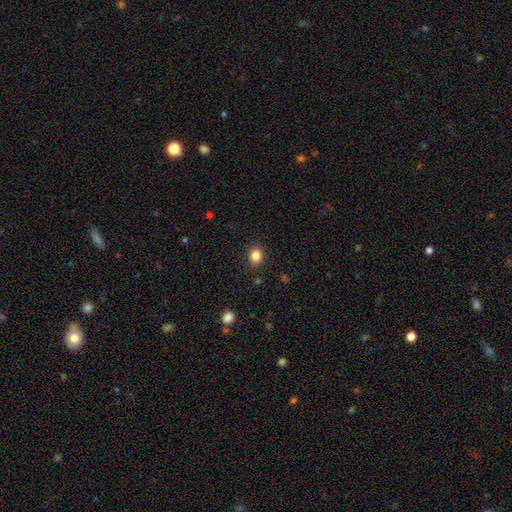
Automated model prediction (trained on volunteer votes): Q: Smooth or featured?
A: smooth (85%); runner-up: star or artifact (11%)
Q: How rounded?
A: round (61%); runner-up: in between (38%)
Q: Merging?
A: none (89%); runner-up: minor disturbance (8%)